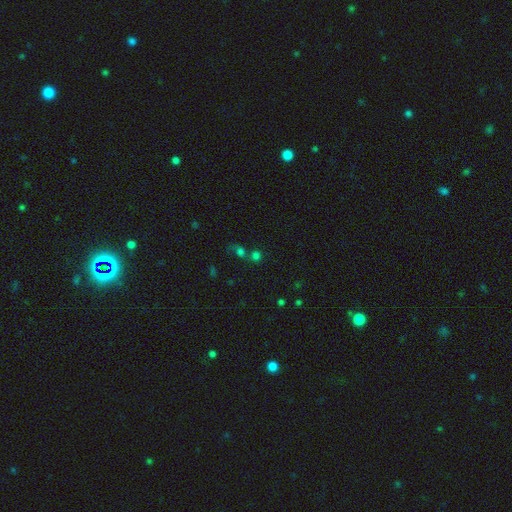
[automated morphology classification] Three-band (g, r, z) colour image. It shows a smooth galaxy with no disk features (62%) that is round (78%). Merging: merger (44%).